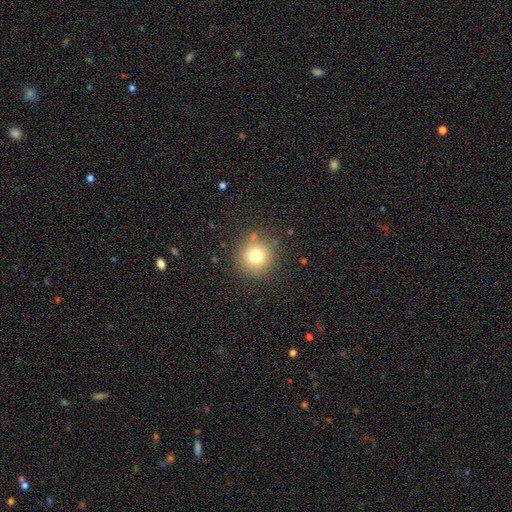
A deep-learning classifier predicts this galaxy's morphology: smooth_or_featured: smooth (p=0.76) [alt: star or artifact p=0.14]
how_rounded: round (p=0.94) [alt: in between p=0.05]
merging: none (p=0.85) [alt: minor disturbance p=0.09]